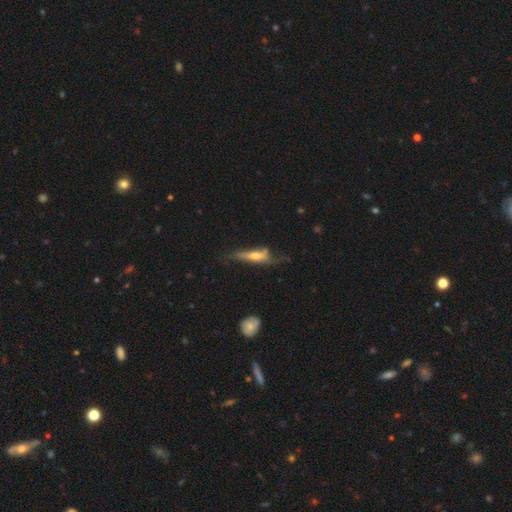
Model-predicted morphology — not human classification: This is possibly a featured or disk galaxy (55%). It is likely viewed edge-on (69%). Merging: marginally none (42%).